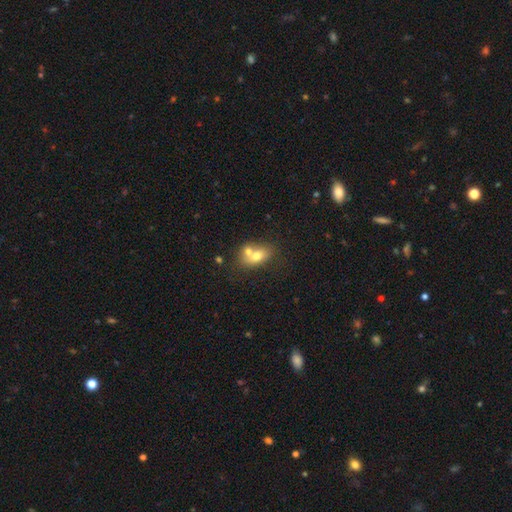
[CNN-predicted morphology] This is likely a smooth galaxy (67%). How rounded: likely in between (72%). Merging: possibly merger (52%).